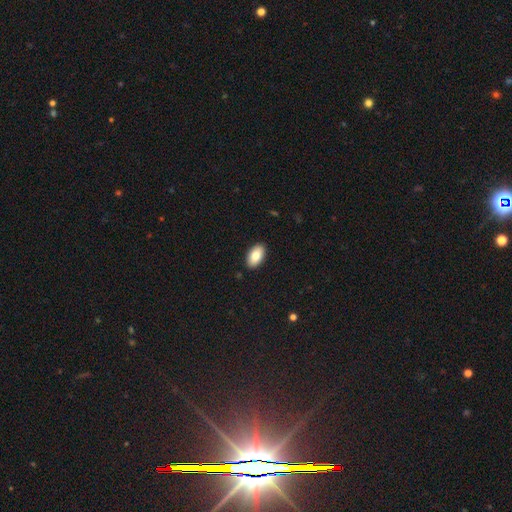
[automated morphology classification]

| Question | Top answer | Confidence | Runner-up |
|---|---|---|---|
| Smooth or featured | smooth | 83% | featured or disk (11%) |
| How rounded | in between | 94% | round (4%) |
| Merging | none | 90% | minor disturbance (7%) |